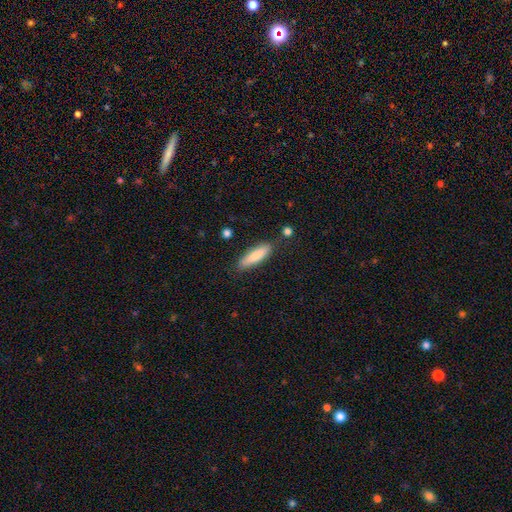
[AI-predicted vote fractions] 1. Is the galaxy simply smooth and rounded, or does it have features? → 79% smooth, 16% featured or disk, 6% star or artifact.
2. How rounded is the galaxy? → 63% cigar-shaped, 35% in between, 2% round.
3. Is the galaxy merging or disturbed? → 84% none, 12% minor disturbance, 2% merger, 2% major disturbance.